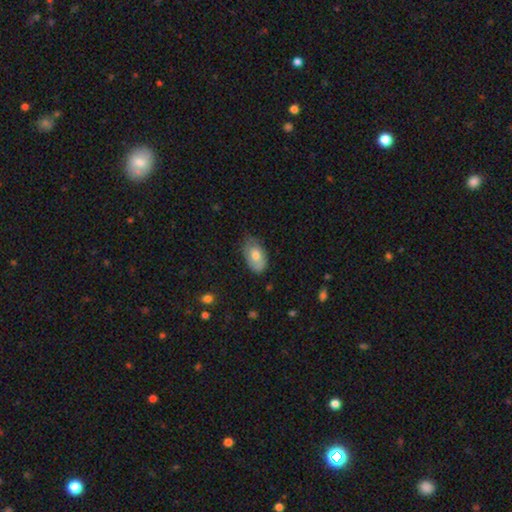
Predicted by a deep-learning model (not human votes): smooth 72%, featured or disk 22%, star or artifact 7%. Down the decision tree: how rounded — in between (91%); merging — none (60%).